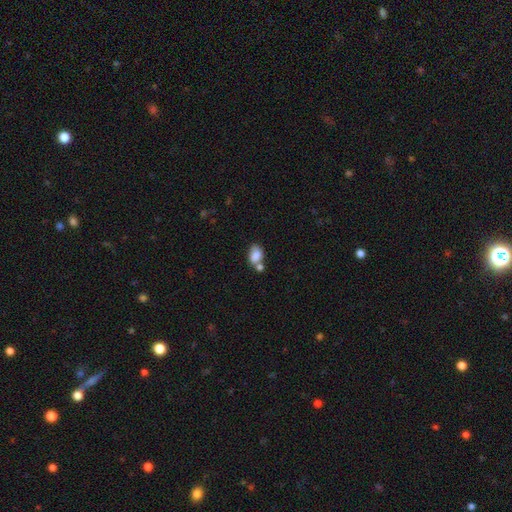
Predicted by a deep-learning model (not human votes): Smooth or featured? Predicted: smooth (p=0.82). How rounded? Predicted: in between (p=0.81). Merging? Predicted: merger (p=0.42).